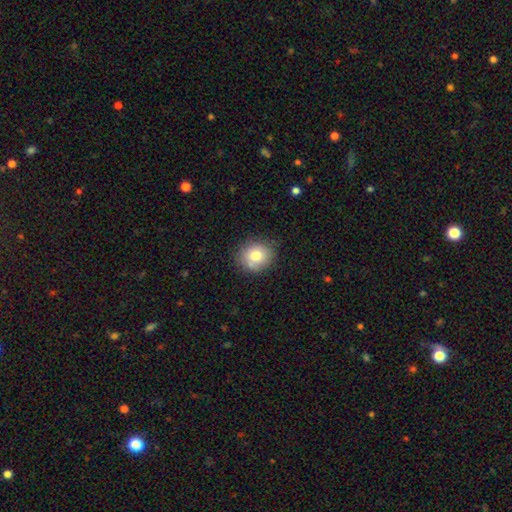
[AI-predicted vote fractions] smooth-or-featured: smooth: 78% | featured or disk: 12% | star or artifact: 10%
  how-rounded: round: 76% | in between: 23% | cigar-shaped: 1%
  merging: none: 79% | minor disturbance: 14% | merger: 4% | major disturbance: 3%